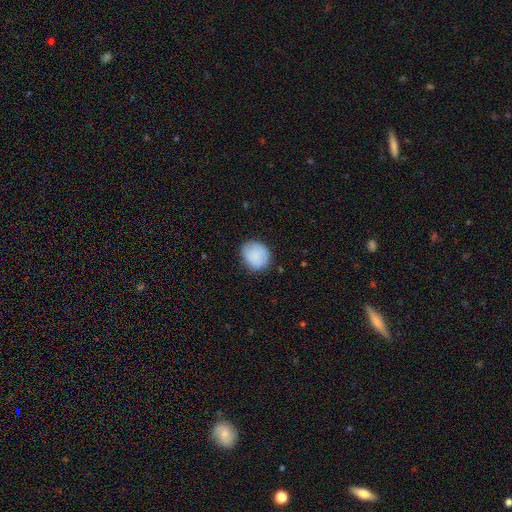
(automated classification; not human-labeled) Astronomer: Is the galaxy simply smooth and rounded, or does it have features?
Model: smooth — 87%.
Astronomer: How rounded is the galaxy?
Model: round — 72%.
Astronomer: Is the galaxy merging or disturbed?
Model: none — 80%.